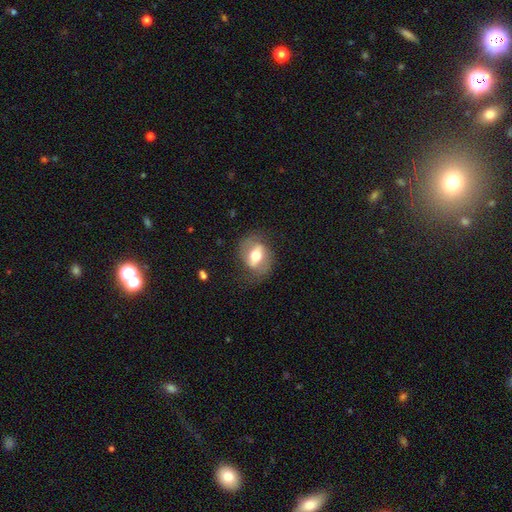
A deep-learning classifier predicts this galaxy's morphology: Smooth or featured?
  - featured or disk: 57% *
  - smooth: 36%
  - star or artifact: 7%
Edge-on disk?
  - no: 88% *
  - yes: 12%
Bar?
  - strong: 47% *
  - weak: 34%
  - no: 19%
Spiral arms?
  - yes: 54% *
  - no: 46%
Bulge size?
  - moderate: 60% *
  - large: 27%
  - small: 9%
  - dominant: 3%
  - none: 1%
Merging?
  - none: 69% *
  - minor disturbance: 18%
  - major disturbance: 11%
  - merger: 1%